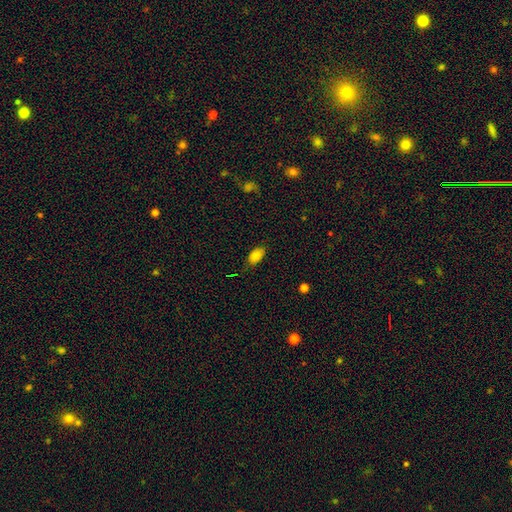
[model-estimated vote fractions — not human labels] smooth 84%, star or artifact 10%, featured or disk 6%. Down the decision tree: how rounded — in between (92%); merging — none (77%).